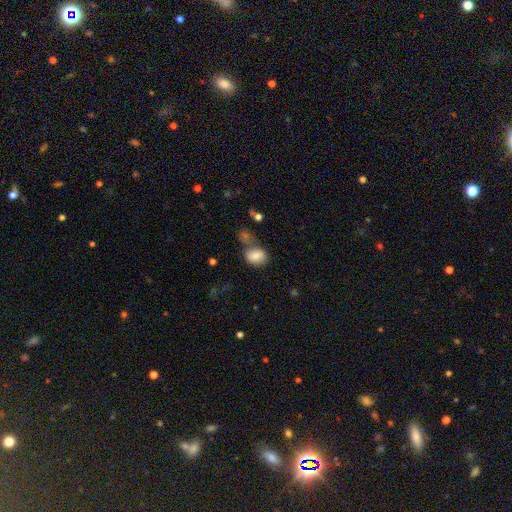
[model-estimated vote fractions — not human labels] Morphology: type=smooth (81%); roundness=in between (71%); merging=none (56%).